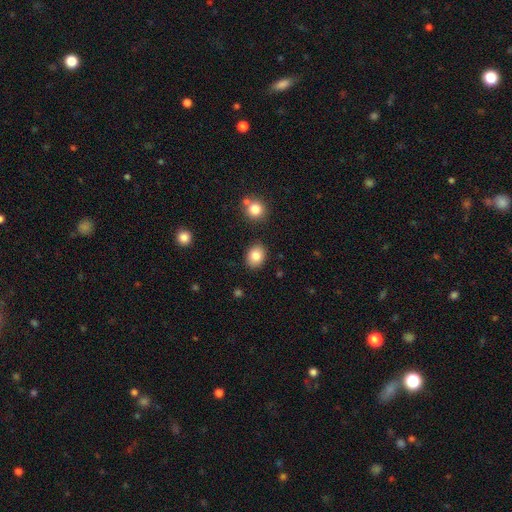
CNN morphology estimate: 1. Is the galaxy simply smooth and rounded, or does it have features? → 84% smooth, 9% star or artifact, 7% featured or disk.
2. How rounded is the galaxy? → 58% in between, 41% round, 1% cigar-shaped.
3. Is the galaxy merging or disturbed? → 87% none, 8% minor disturbance, 3% merger, 2% major disturbance.